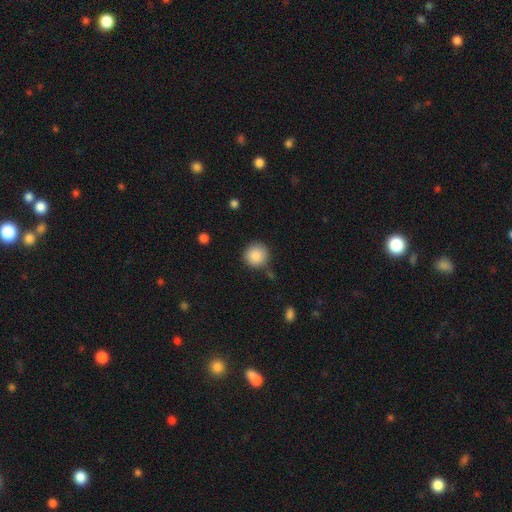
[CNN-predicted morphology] Smooth or featured?
  - smooth: 88% *
  - star or artifact: 8%
  - featured or disk: 4%
How rounded?
  - round: 94% *
  - in between: 5%
  - cigar-shaped: 1%
Merging?
  - none: 82% *
  - minor disturbance: 12%
  - merger: 3%
  - major disturbance: 3%